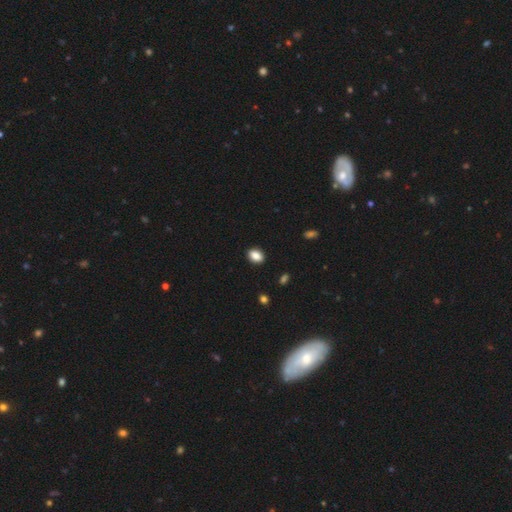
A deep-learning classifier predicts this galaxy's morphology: A smooth galaxy with no disk features (87%) that is in between round and cigar-shaped (77%).

Vote fractions:
- Smooth or featured? smooth: 87% / star or artifact: 9% / featured or disk: 4%
- How rounded? in between: 77% / round: 22% / cigar-shaped: 1%
- Merging? none: 90% / minor disturbance: 7% / major disturbance: 2% / merger: 1%